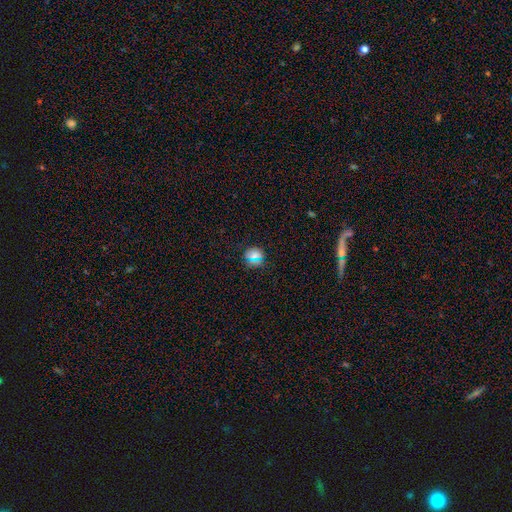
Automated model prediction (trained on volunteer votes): Overall: smooth (68%). How rounded: round (84%). Merging: none (86%).